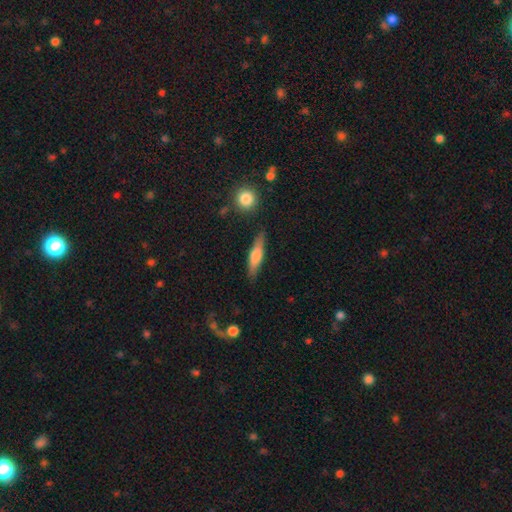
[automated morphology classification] Smooth or featured? Predicted: smooth (p=0.58). How rounded? Predicted: cigar-shaped (p=0.75). Merging? Predicted: none (p=0.83).